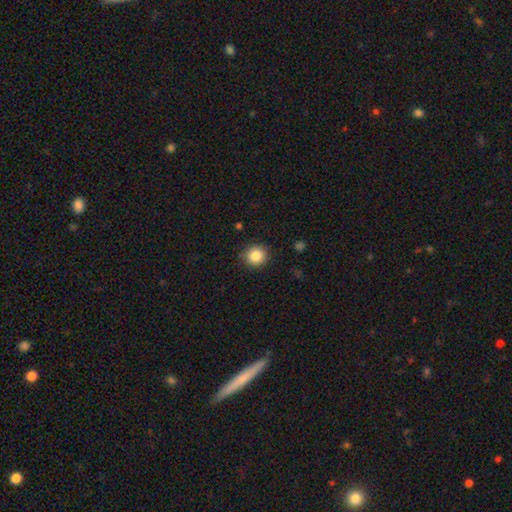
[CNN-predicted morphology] smooth-or-featured: smooth: 85% | star or artifact: 10% | featured or disk: 5%
  how-rounded: round: 91% | in between: 8% | cigar-shaped: 1%
  merging: none: 89% | minor disturbance: 8% | major disturbance: 2% | merger: 1%